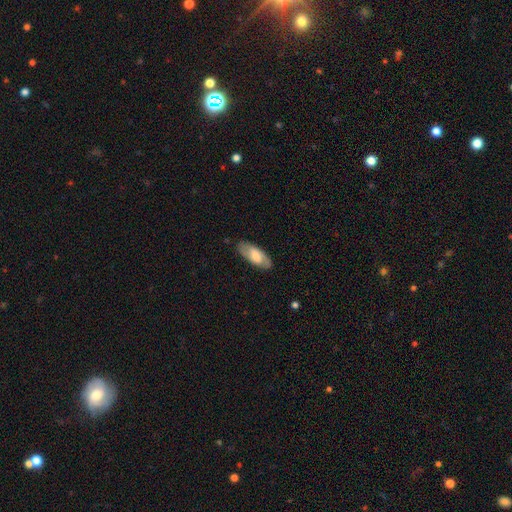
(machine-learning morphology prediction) Overall: smooth (50%; featured or disk 44%). Merging: none (84%).